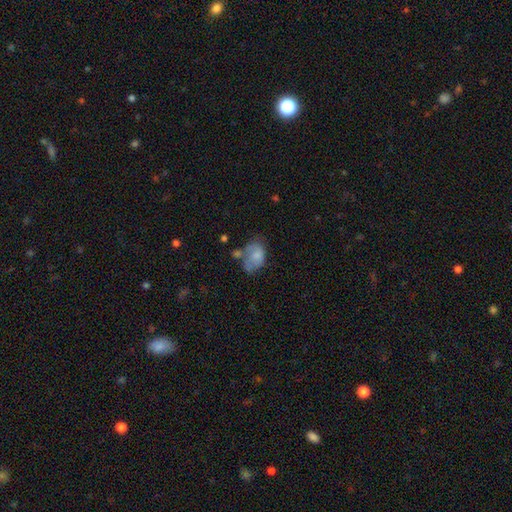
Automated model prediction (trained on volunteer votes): smooth 70%, featured or disk 22%, star or artifact 9%. Down the decision tree: how rounded — in between (77%); merging — none (31%).